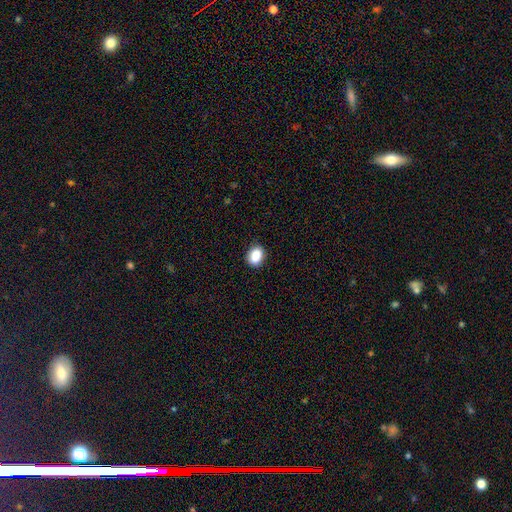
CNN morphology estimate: type=smooth (89%); roundness=in between (69%); merging=none (88%).